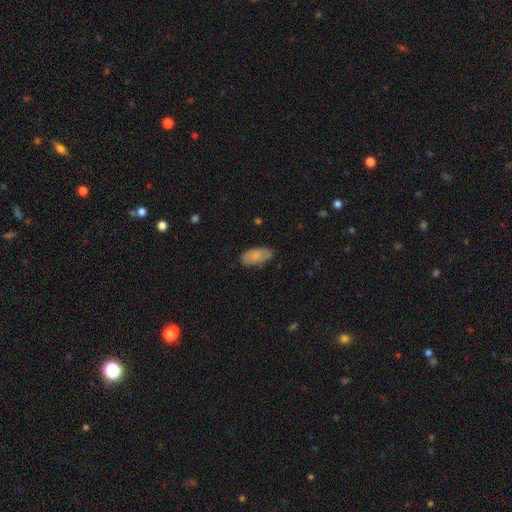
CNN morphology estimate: A smooth galaxy with no disk features (76%) that is in between round and cigar-shaped (93%).

Vote fractions:
- Smooth or featured? smooth: 76% / featured or disk: 18% / star or artifact: 6%
- How rounded? in between: 93% / cigar-shaped: 4% / round: 3%
- Merging? none: 75% / minor disturbance: 20% / major disturbance: 4% / merger: 1%